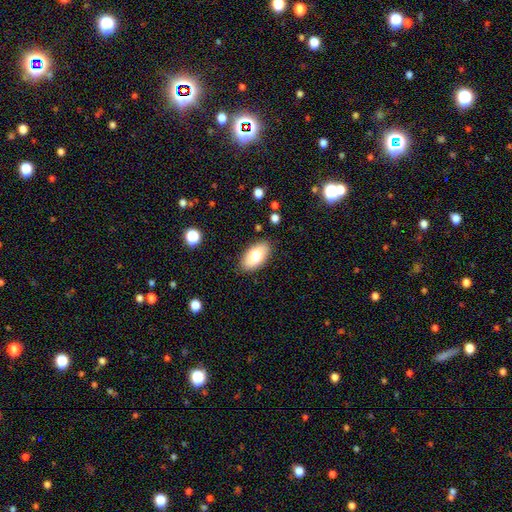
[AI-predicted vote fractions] A smooth galaxy with no disk features (76%) that is in between round and cigar-shaped (94%).

Vote fractions:
- Smooth or featured? smooth: 76% / featured or disk: 16% / star or artifact: 7%
- How rounded? in between: 94% / round: 4% / cigar-shaped: 2%
- Merging? none: 86% / minor disturbance: 10% / major disturbance: 2% / merger: 1%